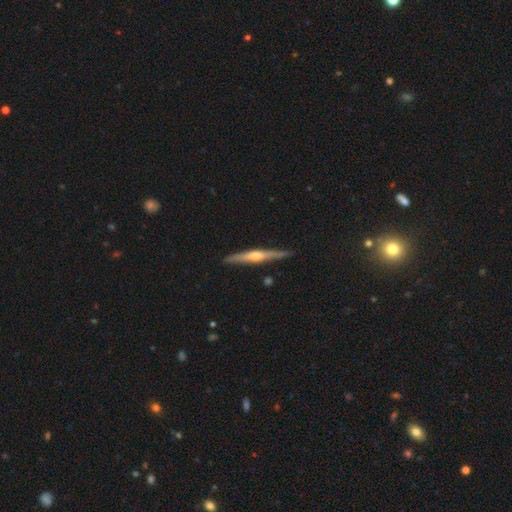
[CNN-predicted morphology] smooth-or-featured: featured or disk: 73% | smooth: 22% | star or artifact: 6%
  disk-edge-on: yes: 97% | no: 3%
    edge-on-bulge: rounded: 85% | none: 8% | boxy: 6%
  merging: none: 89% | minor disturbance: 8% | major disturbance: 2% | merger: 1%